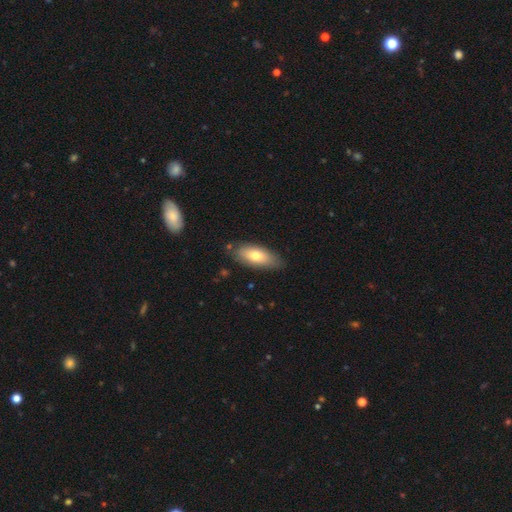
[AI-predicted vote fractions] Smooth or featured?
  - smooth: 72% *
  - featured or disk: 21%
  - star or artifact: 6%
How rounded?
  - in between: 82% *
  - cigar-shaped: 16%
  - round: 3%
Merging?
  - none: 80% *
  - minor disturbance: 15%
  - major disturbance: 3%
  - merger: 2%